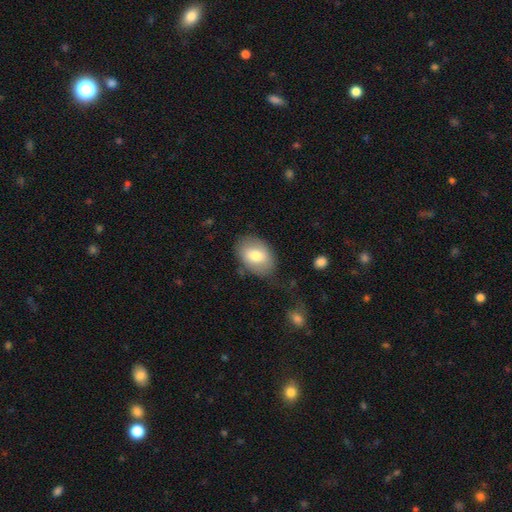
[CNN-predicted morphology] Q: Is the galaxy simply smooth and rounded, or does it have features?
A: smooth — 74%.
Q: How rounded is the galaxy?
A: in between — 82%.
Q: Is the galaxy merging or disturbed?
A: none — 73%.